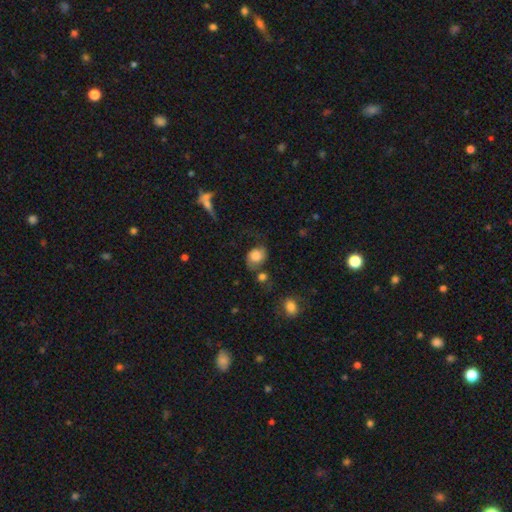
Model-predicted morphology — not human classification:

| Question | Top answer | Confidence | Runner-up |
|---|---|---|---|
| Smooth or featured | smooth | 57% | featured or disk (33%) |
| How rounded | round | 52% | in between (46%) |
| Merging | none | 49% | minor disturbance (26%) |